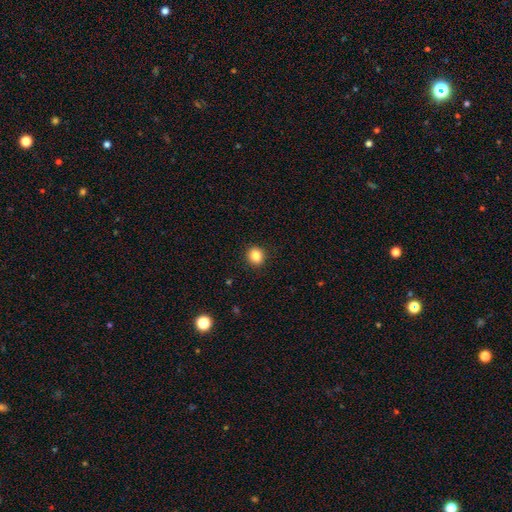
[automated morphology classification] A smooth galaxy with no disk features (85%) that is round (85%). Merging: none (92%).